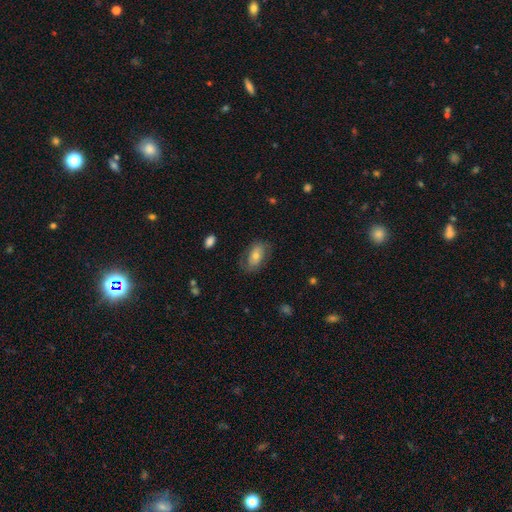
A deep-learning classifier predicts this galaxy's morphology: Smooth or featured? smooth (53%)
How rounded? in between (89%)
Merging? none (69%)